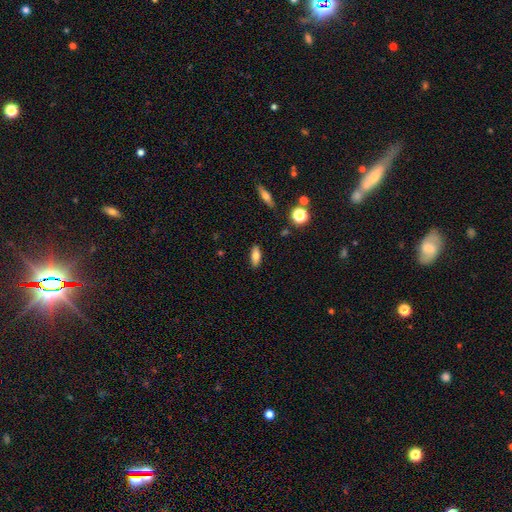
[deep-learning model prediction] The model was most divided on "how rounded": in between: 77%, cigar-shaped: 19%, round: 3%. More confident: merging — none (87%); smooth or featured — smooth (77%).